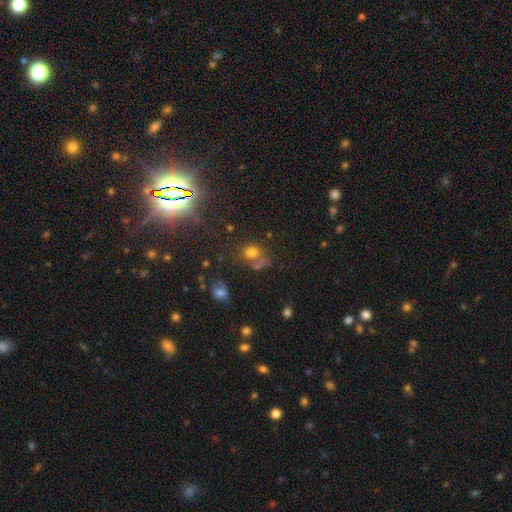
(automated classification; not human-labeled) Q: Smooth or featured?
A: smooth (54%); runner-up: star or artifact (33%)
Q: How rounded?
A: round (68%); runner-up: in between (30%)
Q: Merging?
A: none (52%); runner-up: merger (20%)